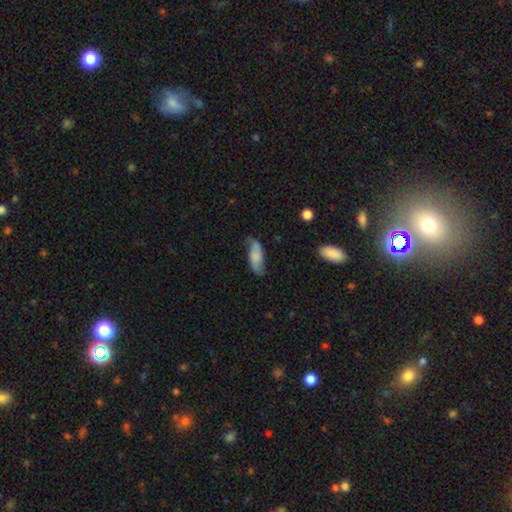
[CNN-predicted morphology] Smooth or featured?
  - smooth: 58% *
  - featured or disk: 35%
  - star or artifact: 8%
How rounded?
  - in between: 77% *
  - cigar-shaped: 20%
  - round: 3%
Merging?
  - none: 59% *
  - minor disturbance: 29%
  - major disturbance: 9%
  - merger: 2%